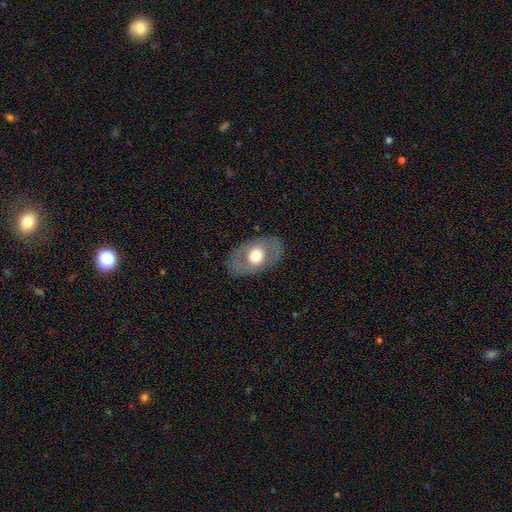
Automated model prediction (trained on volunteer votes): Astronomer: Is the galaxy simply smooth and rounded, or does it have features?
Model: smooth — 47%, tied with featured or disk at 47%.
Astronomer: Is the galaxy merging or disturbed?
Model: none — 81%.